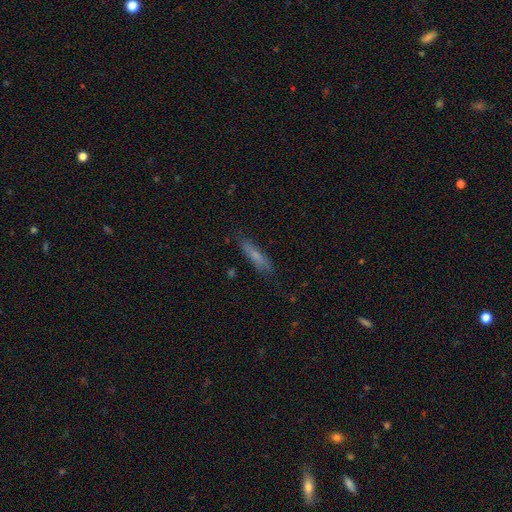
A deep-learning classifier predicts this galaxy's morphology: This appears to be a smooth galaxy with no disk features (63%) that is cigar-shaped (82%). Merging: none (78%).